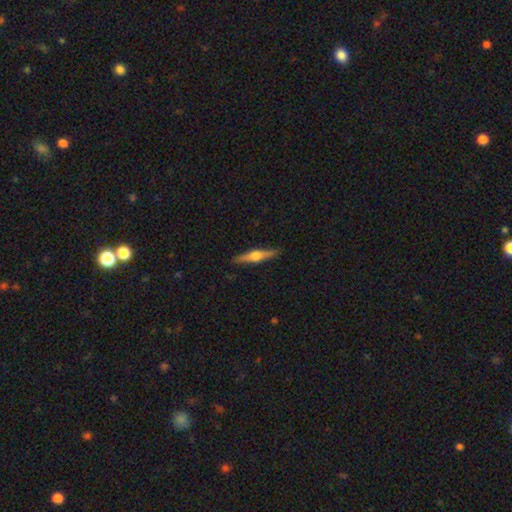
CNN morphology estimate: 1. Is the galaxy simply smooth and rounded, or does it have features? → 68% featured or disk, 26% smooth, 6% star or artifact.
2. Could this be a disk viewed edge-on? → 97% yes, 3% no.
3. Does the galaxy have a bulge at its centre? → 92% rounded, 6% boxy, 3% none.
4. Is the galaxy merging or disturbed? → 90% none, 8% minor disturbance, 2% major disturbance, 1% merger.